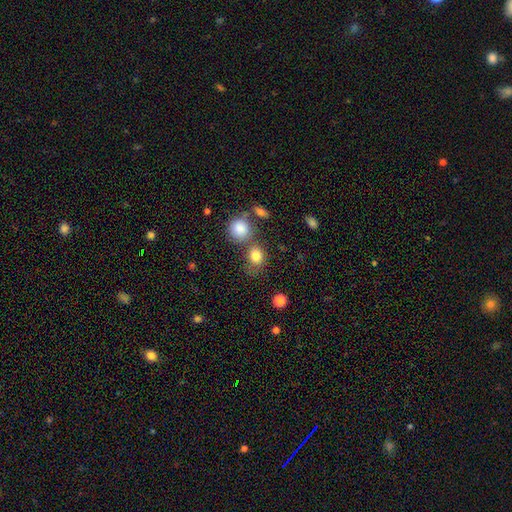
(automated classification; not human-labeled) smooth 82%, star or artifact 10%, featured or disk 7%. Down the decision tree: how rounded — round (63%); merging — none (57%).